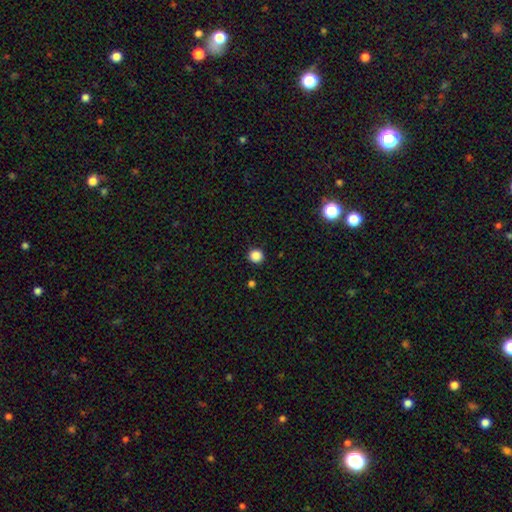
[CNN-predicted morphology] Smooth or featured?
  - smooth: 86% *
  - star or artifact: 11%
  - featured or disk: 2%
How rounded?
  - round: 94% *
  - in between: 5%
  - cigar-shaped: 1%
Merging?
  - none: 92% *
  - minor disturbance: 5%
  - major disturbance: 2%
  - merger: 1%